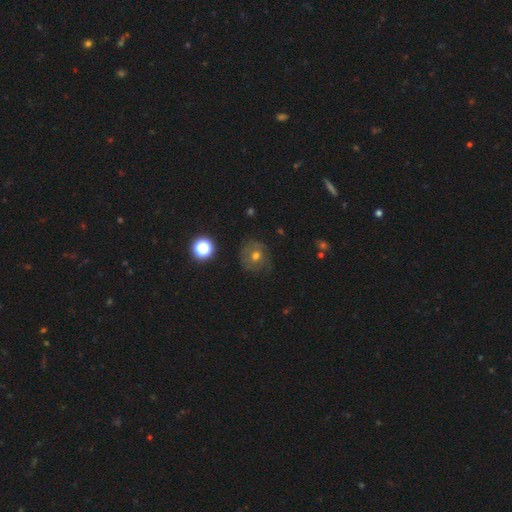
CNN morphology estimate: Smooth or featured? smooth (55%)
How rounded? round (86%)
Merging? none (71%)